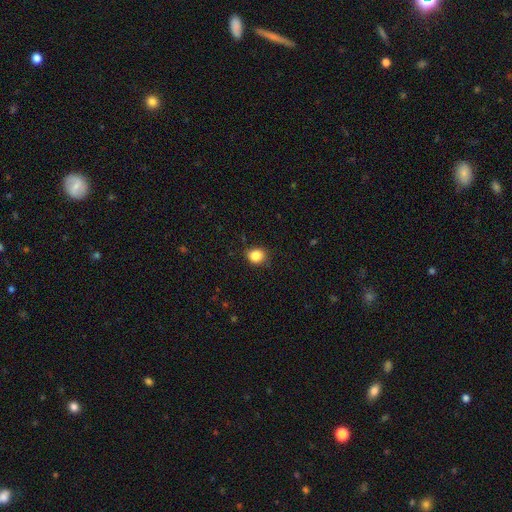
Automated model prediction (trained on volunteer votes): Smooth or featured? smooth (85%)
How rounded? round (71%)
Merging? none (83%)